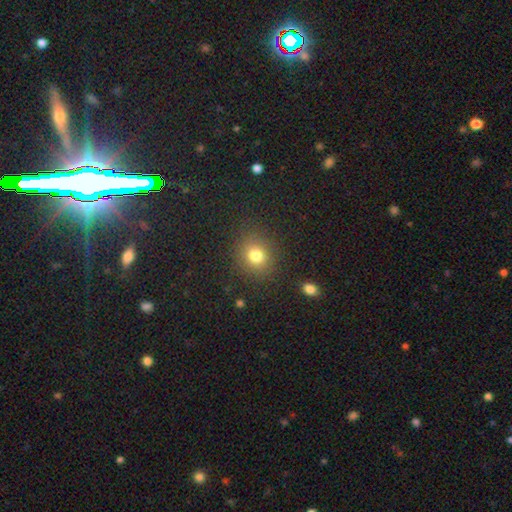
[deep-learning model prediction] A smooth galaxy with no disk features (78%) that is round (78%). Merging: none (87%).